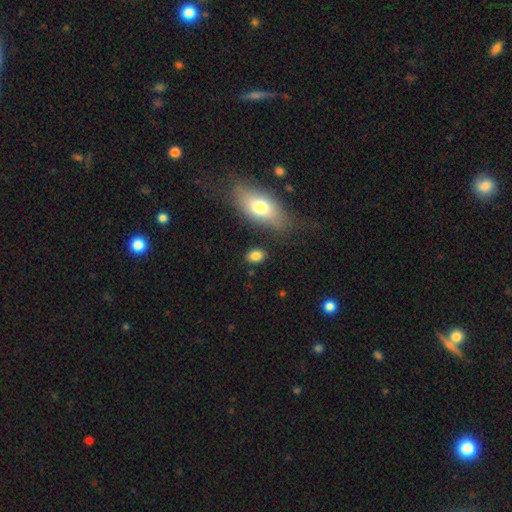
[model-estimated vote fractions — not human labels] The model was most divided on "how rounded": in between: 64%, round: 34%, cigar-shaped: 2%. More confident: smooth or featured — smooth (83%); merging — none (82%).